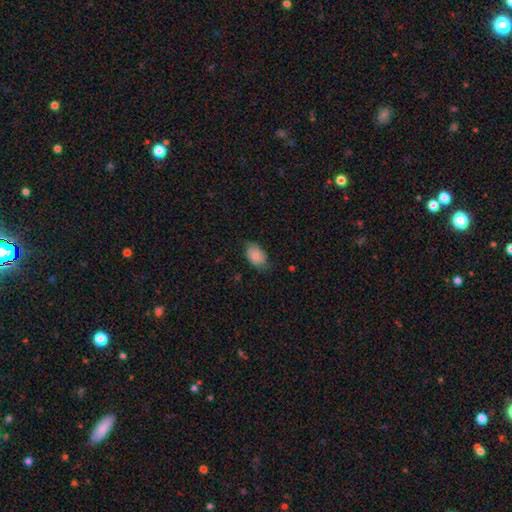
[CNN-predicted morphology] Smooth or featured? smooth (75%)
How rounded? in between (88%)
Merging? none (61%)